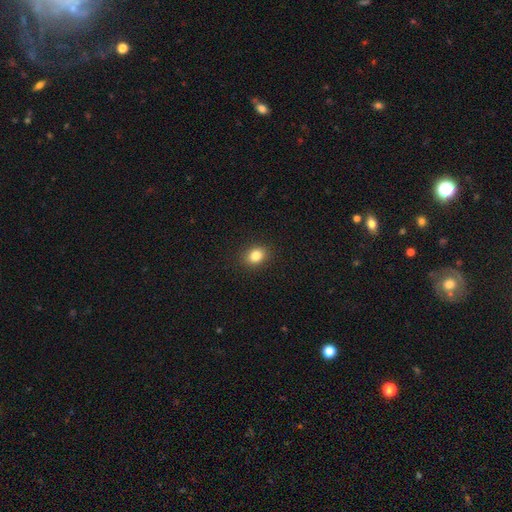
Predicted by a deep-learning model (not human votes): A smooth galaxy with no disk features (84%) that is in between round and cigar-shaped (50%). Merging: none (90%).